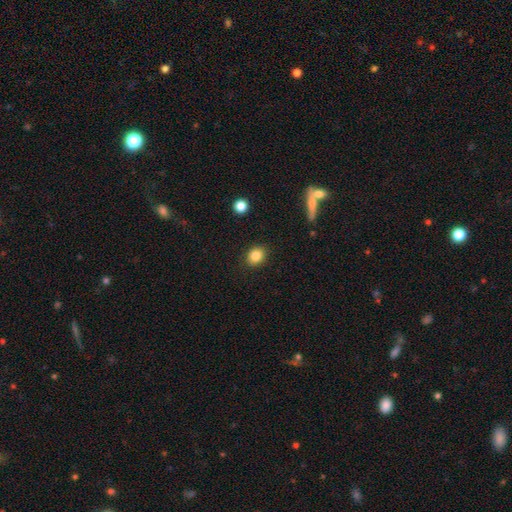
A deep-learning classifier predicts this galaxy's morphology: Q: Smooth or featured?
A: smooth (85%); runner-up: star or artifact (10%)
Q: How rounded?
A: round (57%); runner-up: in between (41%)
Q: Merging?
A: none (89%); runner-up: minor disturbance (8%)